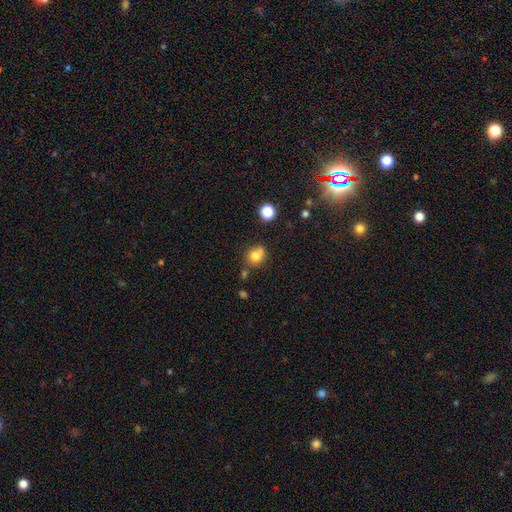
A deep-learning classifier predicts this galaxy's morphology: Overall: smooth (79%). How rounded: round (71%). Merging: none (61%).